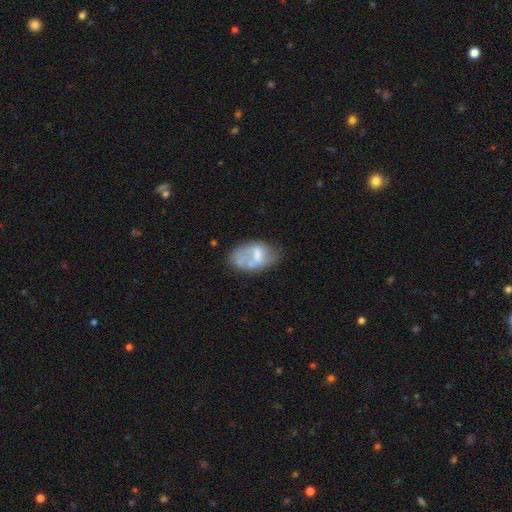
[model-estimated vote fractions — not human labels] smooth-or-featured: smooth: 50% | featured or disk: 43% | star or artifact: 8%
  merging: none: 38% | minor disturbance: 29% | major disturbance: 19% | merger: 14%